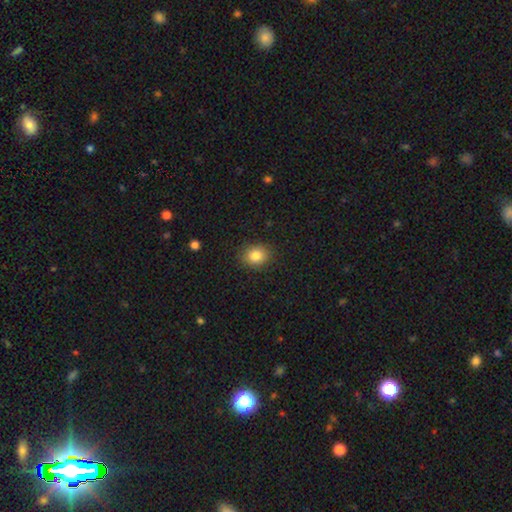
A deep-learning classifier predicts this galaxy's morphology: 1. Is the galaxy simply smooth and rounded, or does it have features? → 84% smooth, 10% star or artifact, 7% featured or disk.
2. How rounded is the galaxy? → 57% round, 43% in between, 1% cigar-shaped.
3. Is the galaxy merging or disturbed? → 88% none, 9% minor disturbance, 2% major disturbance, 1% merger.